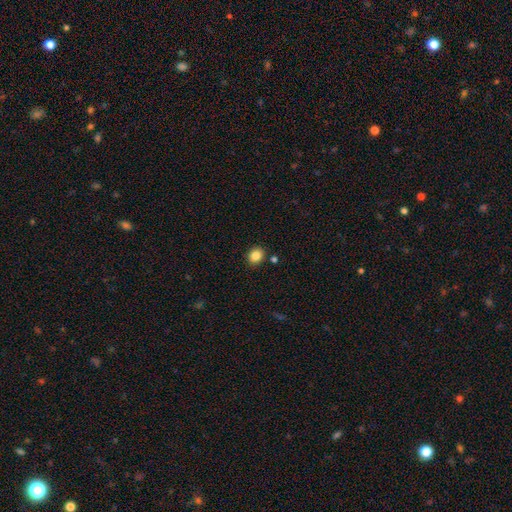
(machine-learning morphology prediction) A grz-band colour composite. It shows a smooth galaxy with no disk features (86%) that is round (66%). Merging: none (86%).